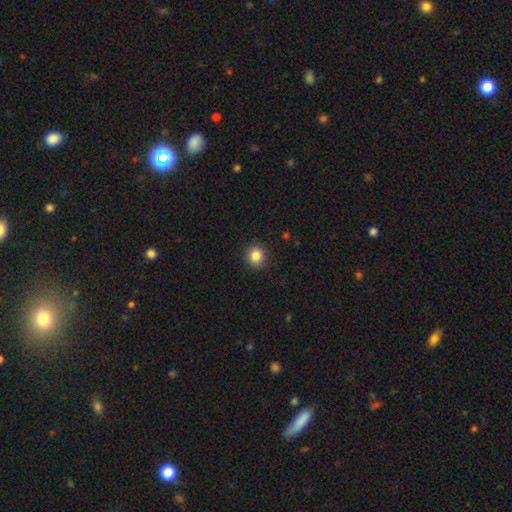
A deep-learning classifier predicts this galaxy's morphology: smooth_or_featured: smooth (p=0.85) [alt: star or artifact p=0.10]
how_rounded: round (p=0.85) [alt: in between p=0.14]
merging: none (p=0.90) [alt: minor disturbance p=0.07]